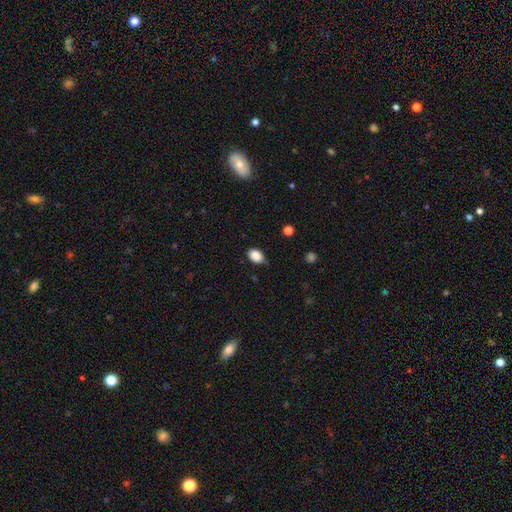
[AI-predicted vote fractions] This is clearly a smooth galaxy (88%). How rounded: likely in between (79%). Merging: likely none (75%).